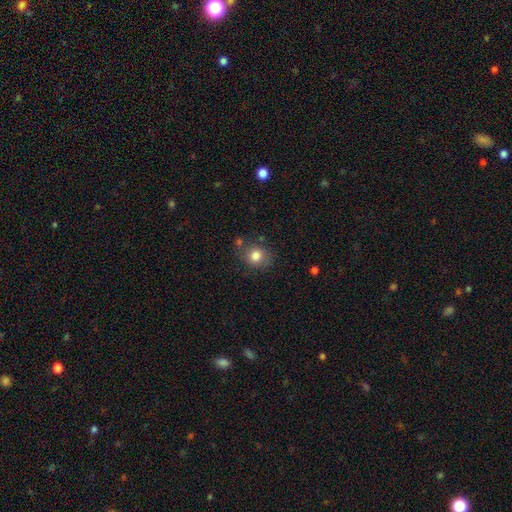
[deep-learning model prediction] smooth 80%, star or artifact 11%, featured or disk 9%. Down the decision tree: how rounded — round (73%); merging — none (73%).